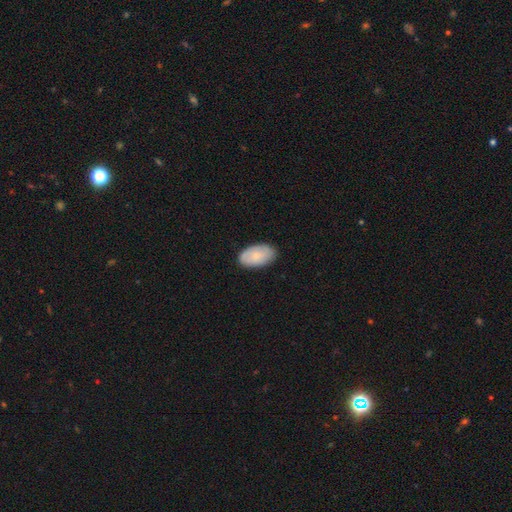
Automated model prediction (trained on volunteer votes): The model was most divided on "smooth or featured": smooth: 75%, featured or disk: 19%, star or artifact: 6%. More confident: how rounded — in between (95%); merging — none (84%).